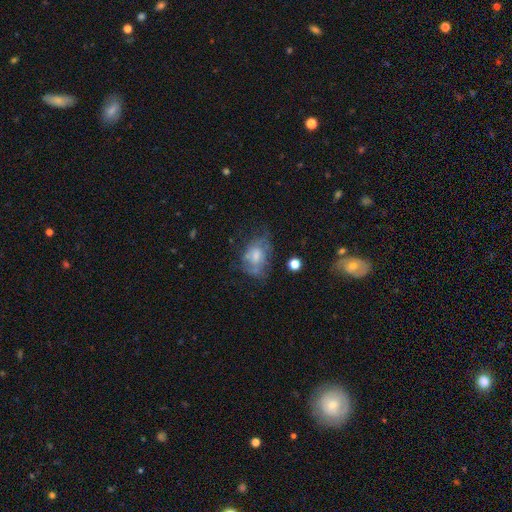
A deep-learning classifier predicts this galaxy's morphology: smooth_or_featured: featured or disk (p=0.46) [alt: smooth p=0.44]
merging: none (p=0.38) [alt: major disturbance p=0.29]